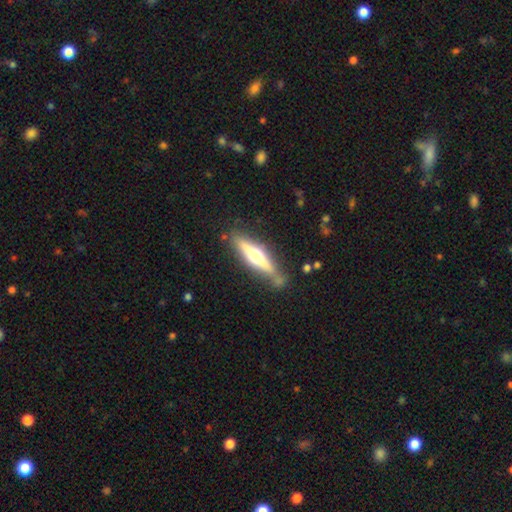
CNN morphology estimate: Smooth or featured? Predicted: featured or disk (p=0.60). Edge-on disk? Predicted: yes (p=0.93). Edge-on bulge? Predicted: rounded (p=0.92). Merging? Predicted: none (p=0.76).